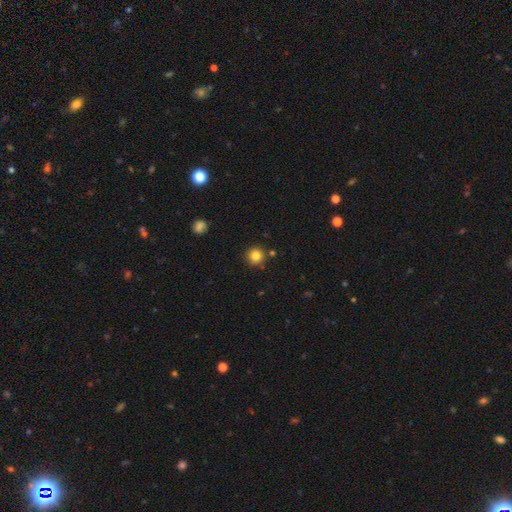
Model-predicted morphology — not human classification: This appears to be a smooth galaxy with no disk features (83%) that is round (94%). Merging: none (86%).